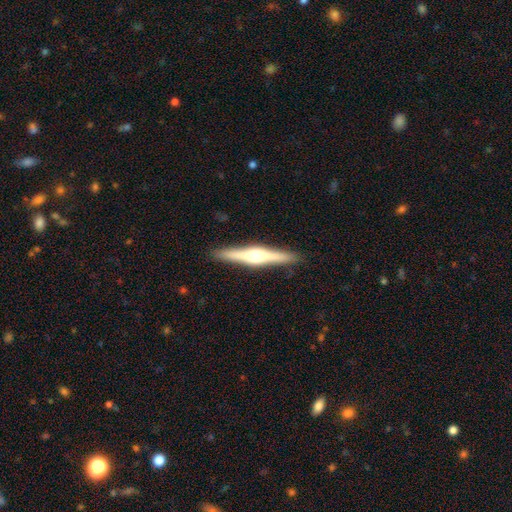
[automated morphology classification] smooth-or-featured: featured or disk: 72% | smooth: 23% | star or artifact: 5%
  disk-edge-on: yes: 98% | no: 2%
    edge-on-bulge: rounded: 91% | boxy: 6% | none: 3%
  merging: none: 91% | minor disturbance: 6% | major disturbance: 1% | merger: 1%